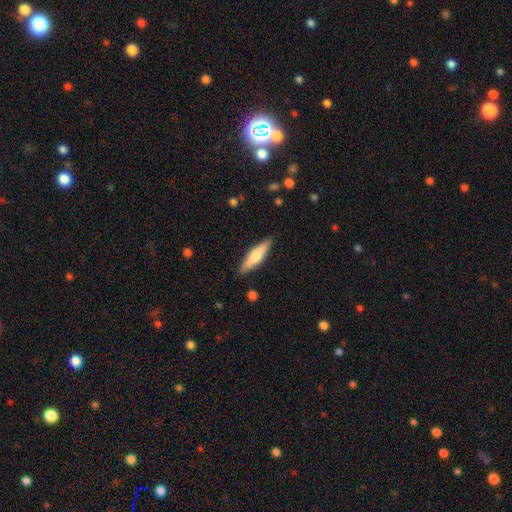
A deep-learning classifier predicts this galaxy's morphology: The model was most divided on "smooth or featured": smooth: 57%, featured or disk: 38%, star or artifact: 6%. More confident: merging — none (88%); how rounded — cigar-shaped (71%).